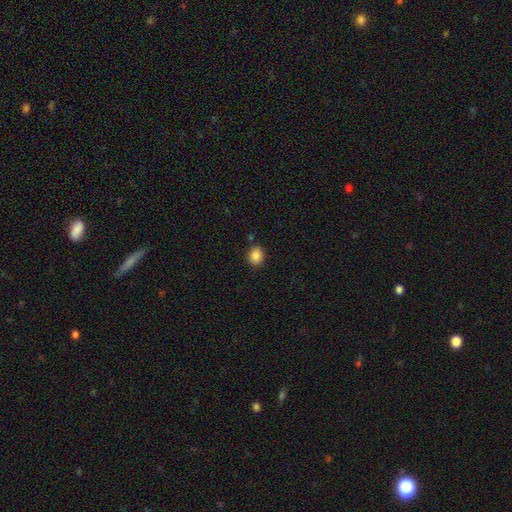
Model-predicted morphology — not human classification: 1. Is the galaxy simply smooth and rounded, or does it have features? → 86% smooth, 10% star or artifact, 4% featured or disk.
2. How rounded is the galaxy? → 61% round, 38% in between, 1% cigar-shaped.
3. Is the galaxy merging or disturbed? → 84% none, 10% minor disturbance, 3% merger, 2% major disturbance.